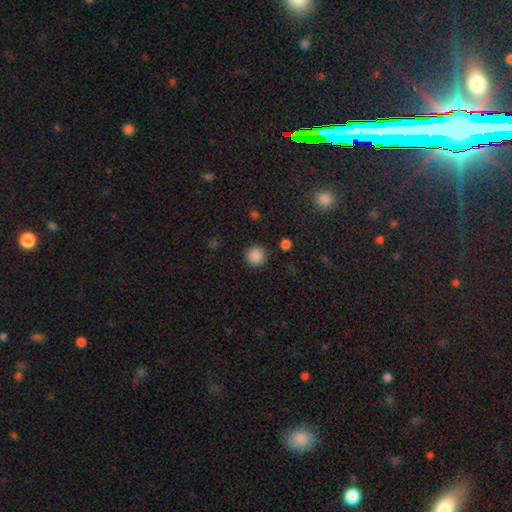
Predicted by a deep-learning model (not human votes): This appears to be a smooth galaxy with no disk features (87%) that is round (95%). Merging: none (91%).